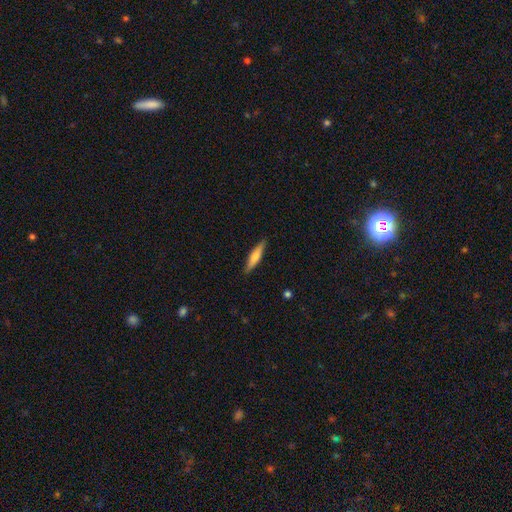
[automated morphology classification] Smooth or featured? smooth (55%)
How rounded? cigar-shaped (83%)
Merging? none (89%)